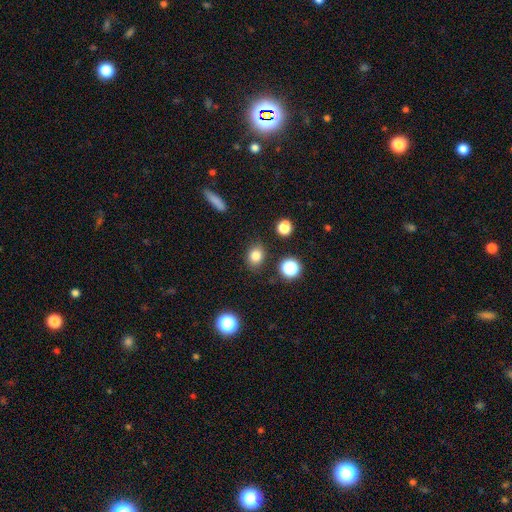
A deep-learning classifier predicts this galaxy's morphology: Smooth or featured? Predicted: smooth (p=0.81). How rounded? Predicted: round (p=0.53). Merging? Predicted: none (p=0.85).